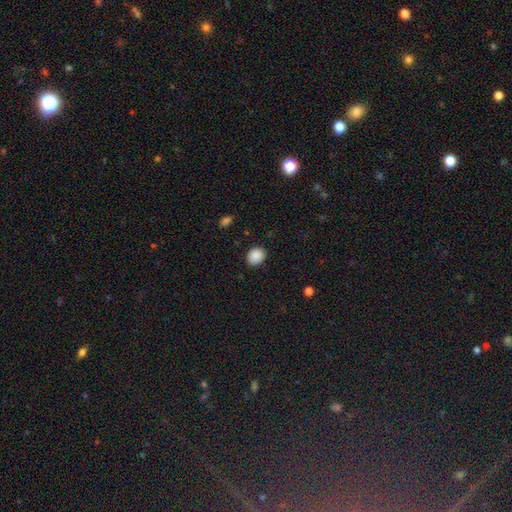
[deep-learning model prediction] The model was most divided on "how rounded": round: 57%, in between: 42%, cigar-shaped: 1%. More confident: smooth or featured — smooth (89%); merging — none (88%).